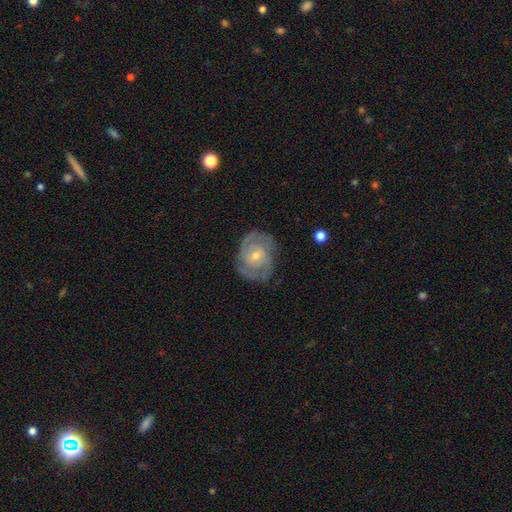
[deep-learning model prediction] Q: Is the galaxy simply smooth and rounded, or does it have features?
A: featured or disk — 83%.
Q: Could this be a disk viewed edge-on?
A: no — 97%.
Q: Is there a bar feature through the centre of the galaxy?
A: no — 62%.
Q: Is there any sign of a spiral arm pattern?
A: yes — 94%.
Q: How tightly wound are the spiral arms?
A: tight — 58%.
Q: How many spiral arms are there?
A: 2 — 56%.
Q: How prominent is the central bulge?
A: small — 57%.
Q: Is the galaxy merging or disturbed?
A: none — 77%.